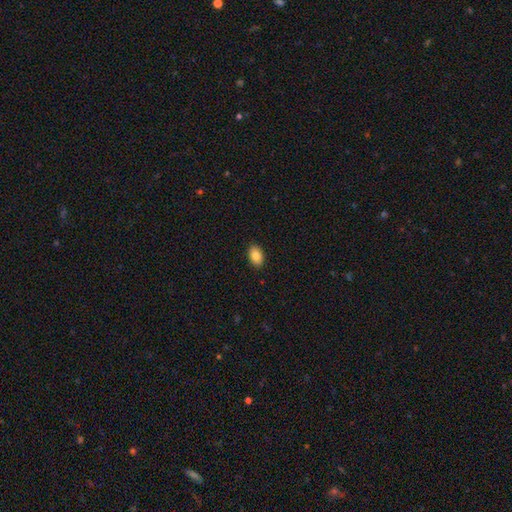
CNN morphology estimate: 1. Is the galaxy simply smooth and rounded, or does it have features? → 85% smooth, 8% star or artifact, 7% featured or disk.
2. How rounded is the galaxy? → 89% in between, 9% round, 1% cigar-shaped.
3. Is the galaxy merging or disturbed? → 90% none, 7% minor disturbance, 2% major disturbance, 1% merger.